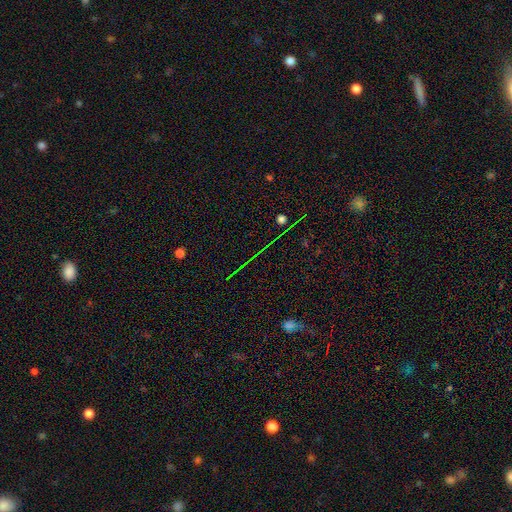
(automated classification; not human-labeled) smooth_or_featured: star or artifact (p=0.73) [alt: smooth p=0.14]